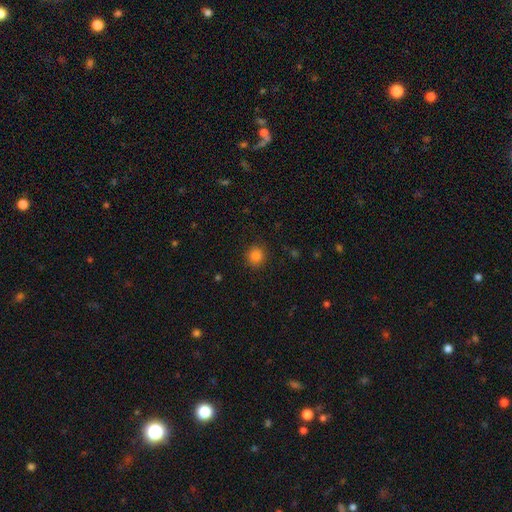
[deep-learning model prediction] This is clearly a smooth galaxy (84%). How rounded: clearly round (90%). Merging: clearly none (89%).